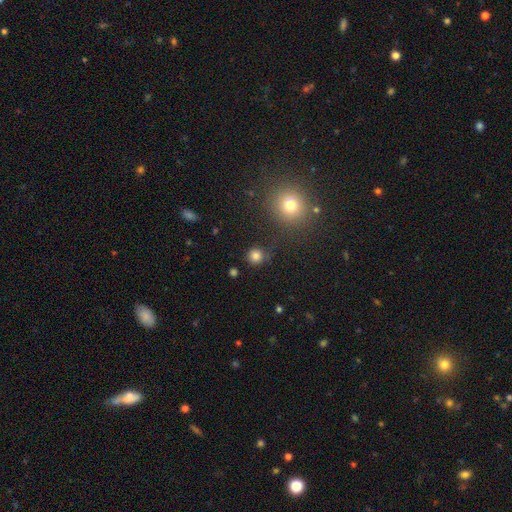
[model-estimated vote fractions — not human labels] Morphology: type=smooth (81%); roundness=round (93%); merging=none (85%).